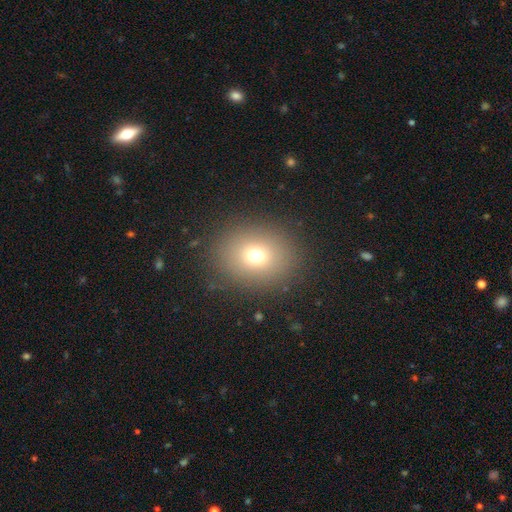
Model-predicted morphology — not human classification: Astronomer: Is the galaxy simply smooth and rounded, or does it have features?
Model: smooth — 72%.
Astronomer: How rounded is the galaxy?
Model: round — 63%.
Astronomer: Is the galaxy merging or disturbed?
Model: none — 87%.